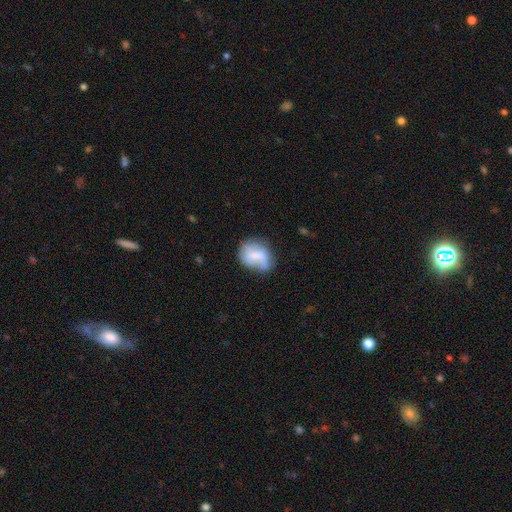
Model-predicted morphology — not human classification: A smooth galaxy with no disk features (56%) that is round (51%).

Vote fractions:
- Smooth or featured? smooth: 56% / featured or disk: 36% / star or artifact: 8%
- How rounded? round: 51% / in between: 48% / cigar-shaped: 1%
- Merging? none: 47% / minor disturbance: 30% / major disturbance: 17% / merger: 5%